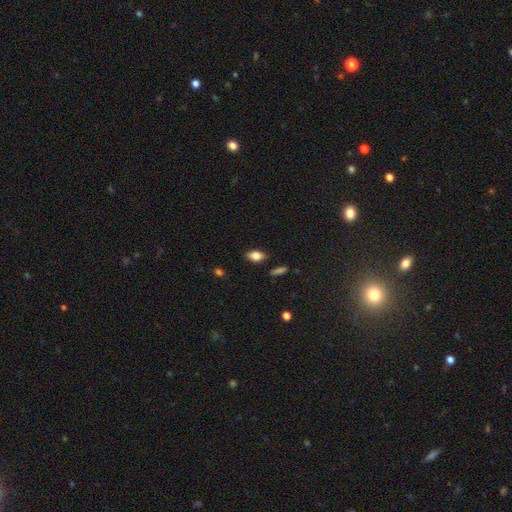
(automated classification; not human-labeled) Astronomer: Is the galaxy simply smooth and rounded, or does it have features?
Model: smooth — 81%.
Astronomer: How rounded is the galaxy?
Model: in between — 86%.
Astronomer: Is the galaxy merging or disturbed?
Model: none — 83%.